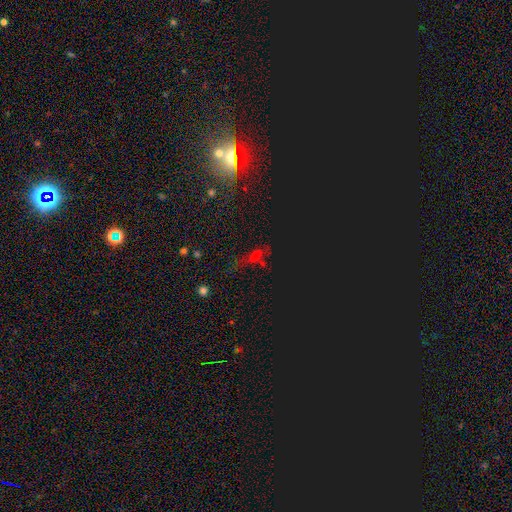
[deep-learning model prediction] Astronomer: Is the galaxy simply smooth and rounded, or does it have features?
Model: star or artifact — 53% (runner-up: smooth, 32%).